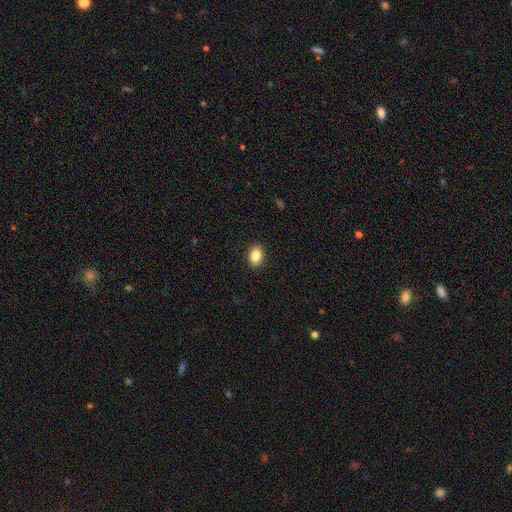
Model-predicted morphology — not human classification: Smooth or featured?
  - smooth: 85% *
  - star or artifact: 9%
  - featured or disk: 6%
How rounded?
  - in between: 73% *
  - round: 26%
  - cigar-shaped: 1%
Merging?
  - none: 90% *
  - minor disturbance: 7%
  - major disturbance: 2%
  - merger: 1%